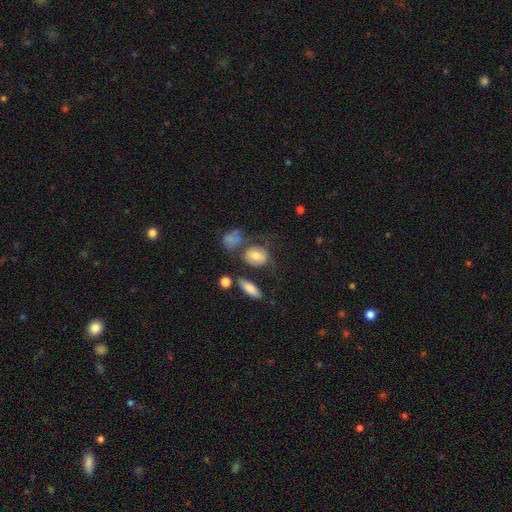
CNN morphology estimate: smooth_or_featured: smooth (p=0.66) [alt: featured or disk p=0.24]
how_rounded: in between (p=0.59) [alt: round p=0.38]
merging: none (p=0.50) [alt: minor disturbance p=0.23]